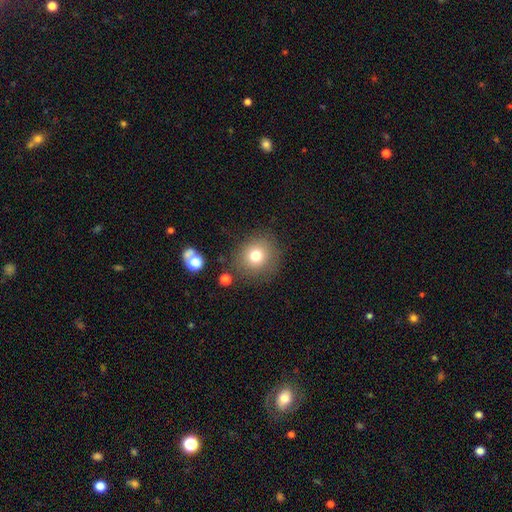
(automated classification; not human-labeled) Morphology: type=smooth (76%); roundness=round (85%); merging=none (82%).